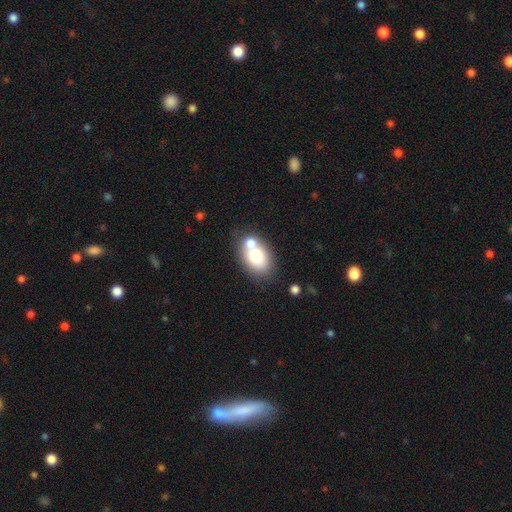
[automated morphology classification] Q: Smooth or featured?
A: smooth (71%); runner-up: featured or disk (20%)
Q: How rounded?
A: in between (80%); runner-up: round (19%)
Q: Merging?
A: none (47%); runner-up: merger (36%)